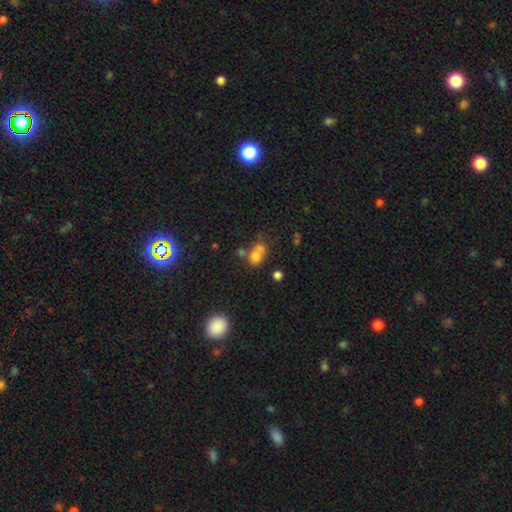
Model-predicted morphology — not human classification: type=smooth (68%); roundness=round (65%); merging=merger (52%).